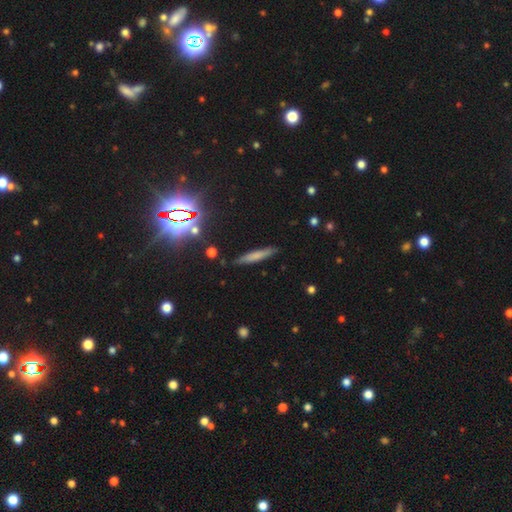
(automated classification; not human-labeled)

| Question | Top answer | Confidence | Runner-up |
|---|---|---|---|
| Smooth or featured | smooth | 63% | featured or disk (25%) |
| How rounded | cigar-shaped | 91% | in between (7%) |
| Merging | none | 87% | minor disturbance (9%) |